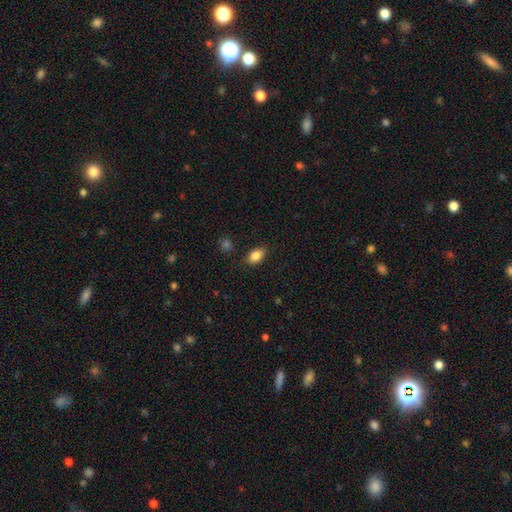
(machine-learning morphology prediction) This appears to be a smooth galaxy with no disk features (86%) that is in between round and cigar-shaped (88%). Merging: none (83%).